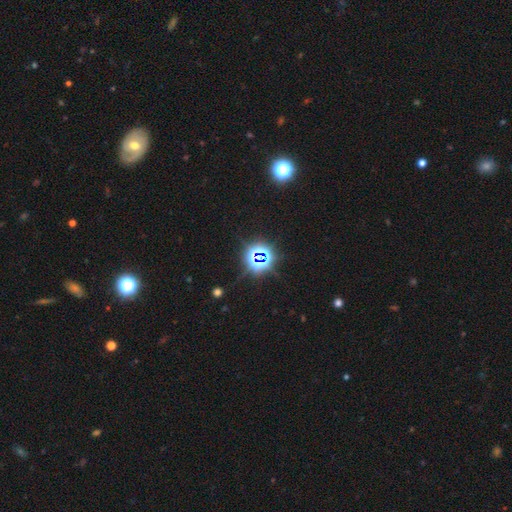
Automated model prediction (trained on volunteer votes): This appears to be a star or artifact, not a galaxy (80%).